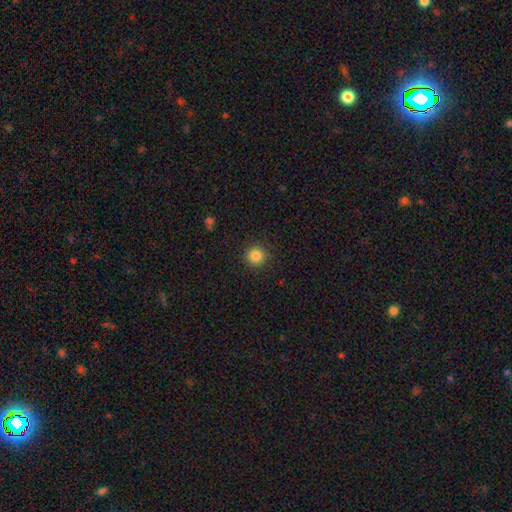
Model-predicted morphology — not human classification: A smooth galaxy with no disk features (84%) that is round (95%). Merging: none (91%).